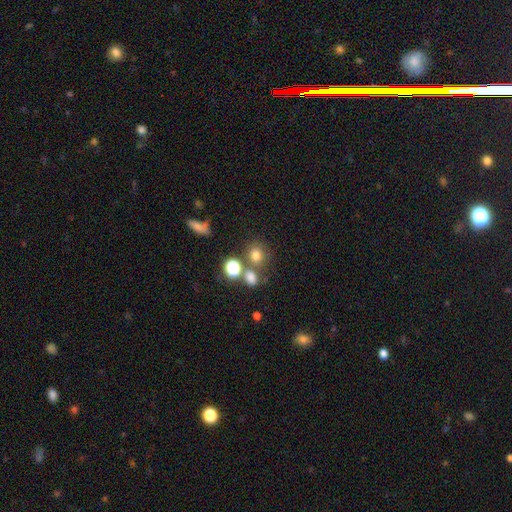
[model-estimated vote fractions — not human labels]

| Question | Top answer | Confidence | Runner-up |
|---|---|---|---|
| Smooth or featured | smooth | 71% | star or artifact (20%) |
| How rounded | round | 72% | in between (26%) |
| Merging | none | 64% | merger (21%) |